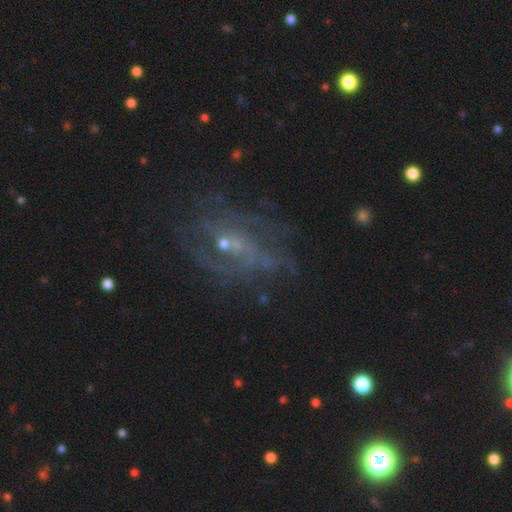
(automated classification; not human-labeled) Smooth or featured? Predicted: featured or disk (p=0.54). Edge-on disk? Predicted: no (p=0.88). Merging? Predicted: none (p=0.57).